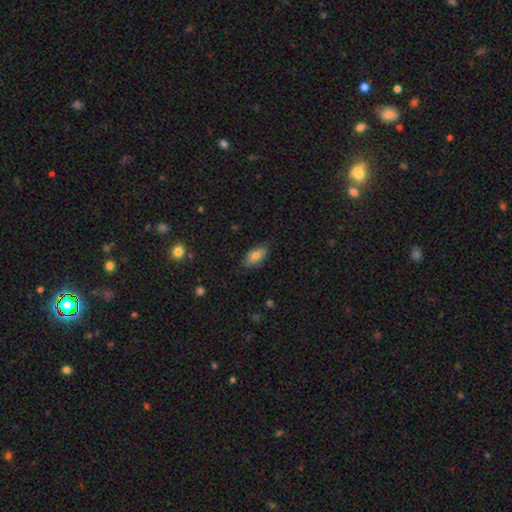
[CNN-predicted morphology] smooth 76%, featured or disk 16%, star or artifact 8%. Down the decision tree: how rounded — in between (90%); merging — none (74%).